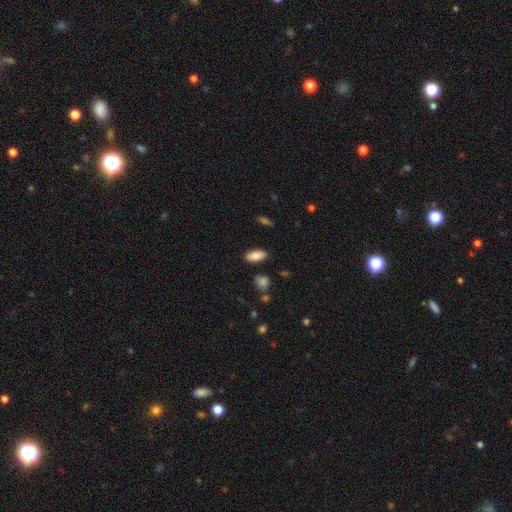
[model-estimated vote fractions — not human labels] smooth 85%, star or artifact 8%, featured or disk 7%. Down the decision tree: how rounded — in between (89%); merging — none (85%).